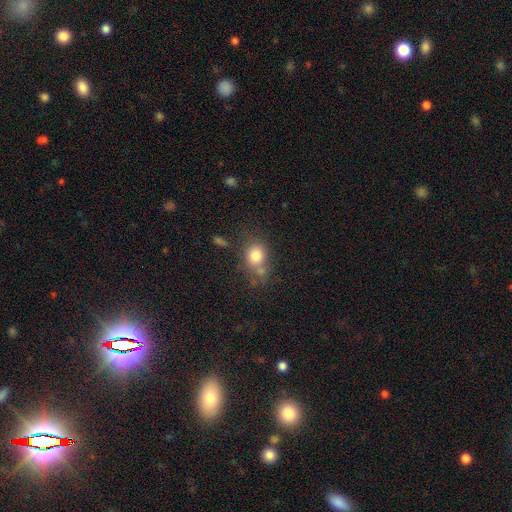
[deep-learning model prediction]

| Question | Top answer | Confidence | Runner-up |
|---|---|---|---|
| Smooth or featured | smooth | 79% | star or artifact (11%) |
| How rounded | round | 66% | in between (33%) |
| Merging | none | 54% | merger (21%) |